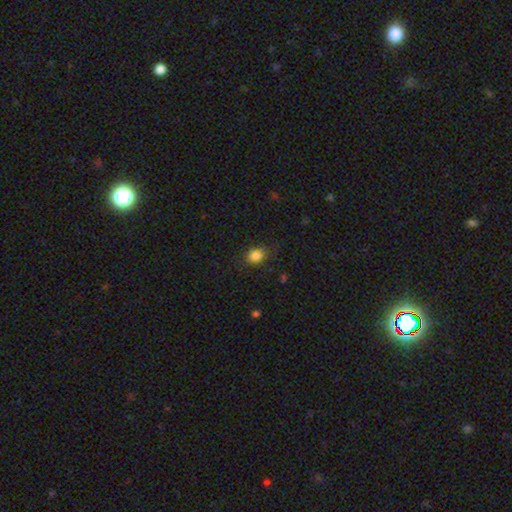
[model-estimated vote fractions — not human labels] This appears to be a smooth galaxy with no disk features (84%) that is round (57%). Merging: none (81%).